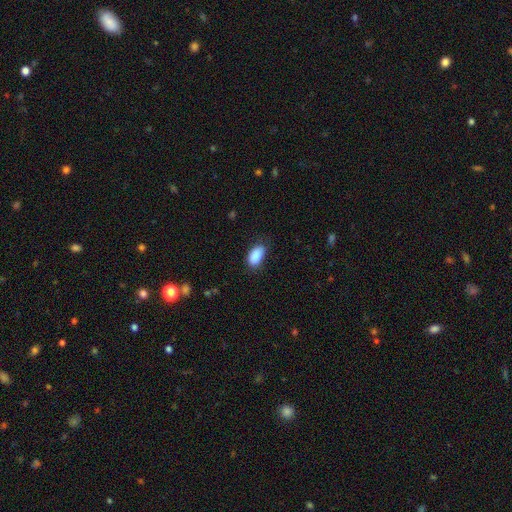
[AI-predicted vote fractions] smooth 90%, star or artifact 7%, featured or disk 3%. Down the decision tree: how rounded — in between (93%); merging — none (79%).